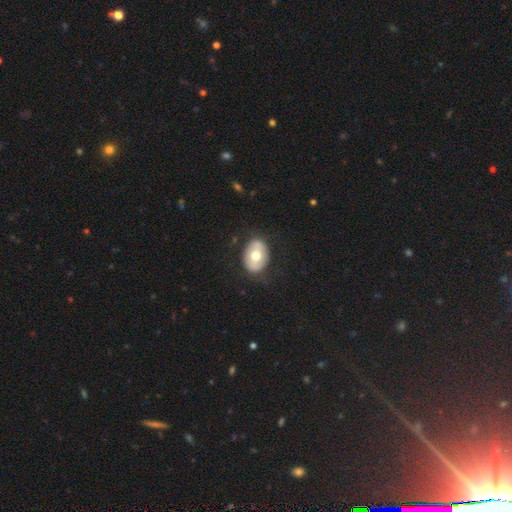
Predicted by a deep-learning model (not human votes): The model was most divided on "smooth or featured": smooth: 58%, featured or disk: 36%, star or artifact: 6%. More confident: merging — none (79%); how rounded — in between (74%).